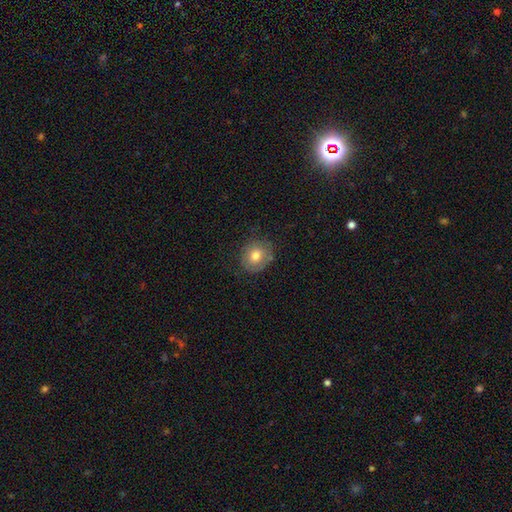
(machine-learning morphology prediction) smooth_or_featured: smooth (p=0.69) [alt: featured or disk p=0.22]
how_rounded: round (p=0.76) [alt: in between p=0.23]
merging: none (p=0.74) [alt: minor disturbance p=0.18]